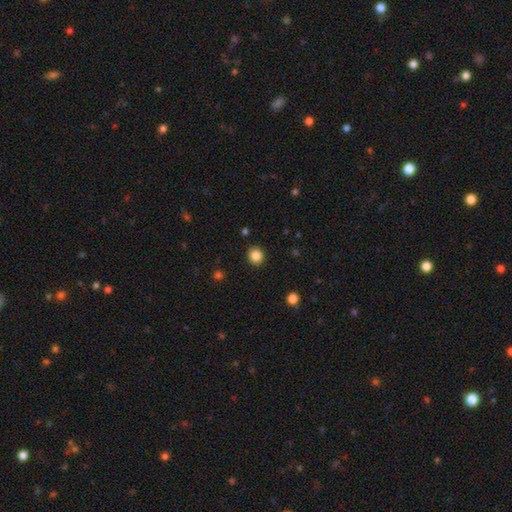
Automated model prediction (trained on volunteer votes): Smooth or featured? Predicted: smooth (p=0.85). How rounded? Predicted: round (p=0.87). Merging? Predicted: none (p=0.91).